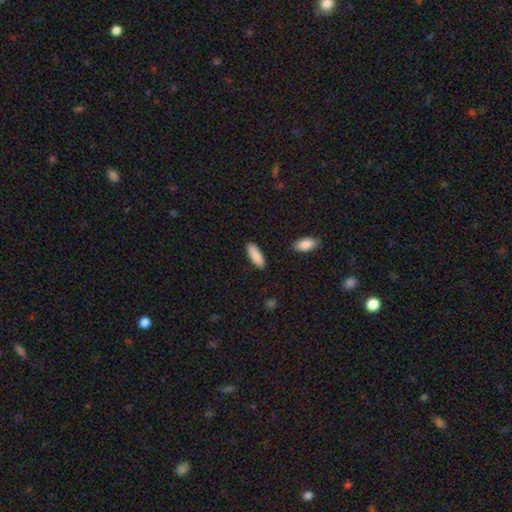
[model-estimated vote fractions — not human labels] A smooth galaxy with no disk features (89%) that is in between round and cigar-shaped (54%).

Vote fractions:
- Smooth or featured? smooth: 89% / star or artifact: 6% / featured or disk: 5%
- How rounded? in between: 54% / cigar-shaped: 44% / round: 2%
- Merging? none: 88% / minor disturbance: 8% / major disturbance: 2% / merger: 2%